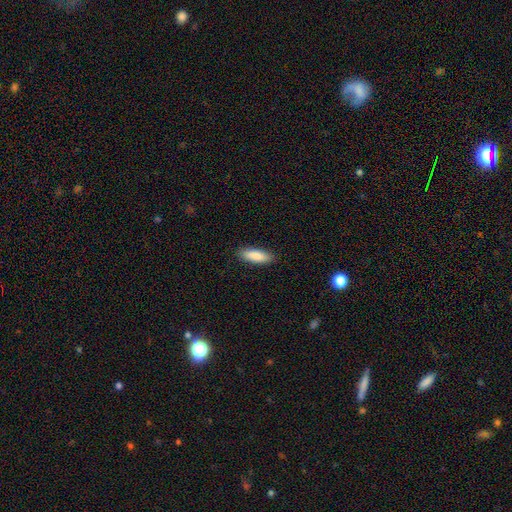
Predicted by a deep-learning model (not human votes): A smooth galaxy with no disk features (88%) that is in between round and cigar-shaped (56%).

Vote fractions:
- Smooth or featured? smooth: 88% / featured or disk: 7% / star or artifact: 6%
- How rounded? in between: 56% / cigar-shaped: 43% / round: 2%
- Merging? none: 88% / minor disturbance: 9% / major disturbance: 2% / merger: 1%